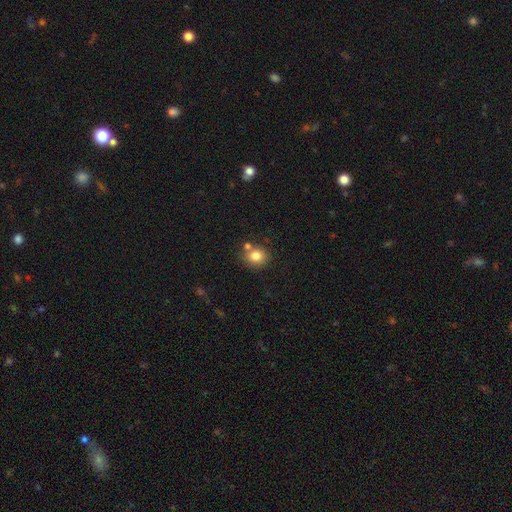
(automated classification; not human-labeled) smooth 82%, star or artifact 11%, featured or disk 8%. Down the decision tree: how rounded — round (72%); merging — none (69%).